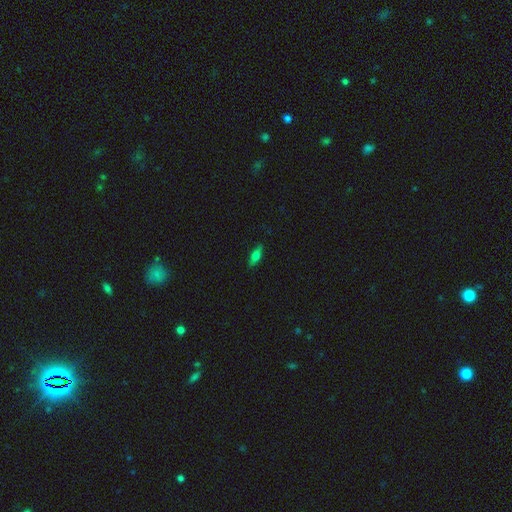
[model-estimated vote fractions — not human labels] smooth_or_featured: smooth (p=0.59) [alt: featured or disk p=0.32]
how_rounded: in between (p=0.55) [alt: cigar-shaped p=0.41]
merging: none (p=0.87) [alt: minor disturbance p=0.10]